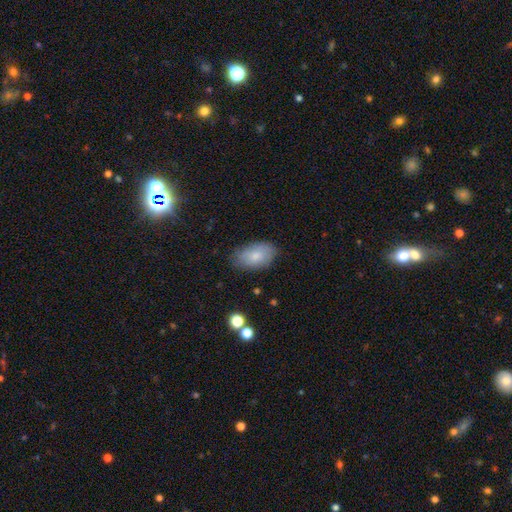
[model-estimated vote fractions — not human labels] This is likely a smooth galaxy (78%). How rounded: clearly in between (93%). Merging: likely none (78%).